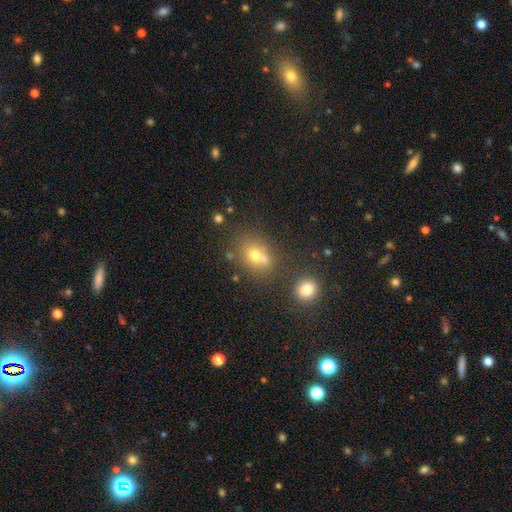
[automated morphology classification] type=smooth (64%); roundness=round (60%); merging=none (51%).